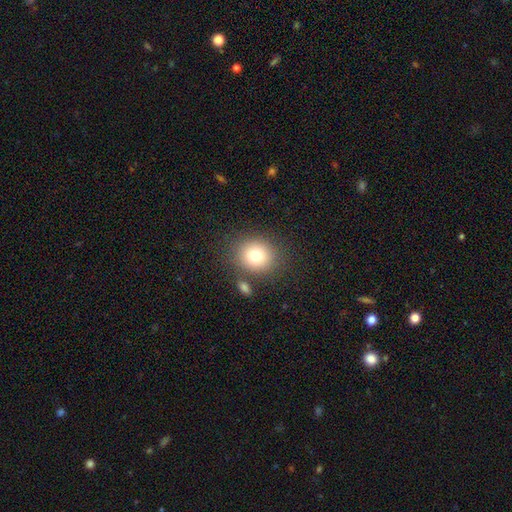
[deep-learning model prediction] A smooth galaxy with no disk features (77%) that is round (78%).

Vote fractions:
- Smooth or featured? smooth: 77% / star or artifact: 12% / featured or disk: 11%
- How rounded? round: 78% / in between: 21% / cigar-shaped: 1%
- Merging? none: 78% / minor disturbance: 9% / merger: 9% / major disturbance: 4%